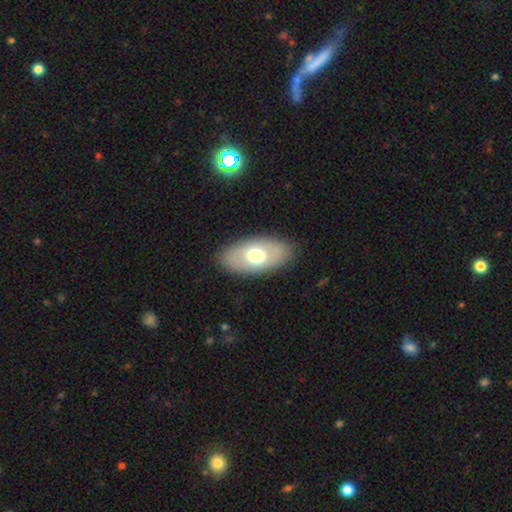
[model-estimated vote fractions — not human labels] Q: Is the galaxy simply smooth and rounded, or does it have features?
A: smooth — 61%.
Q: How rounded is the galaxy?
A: in between — 92%.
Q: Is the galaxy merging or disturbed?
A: none — 86%.